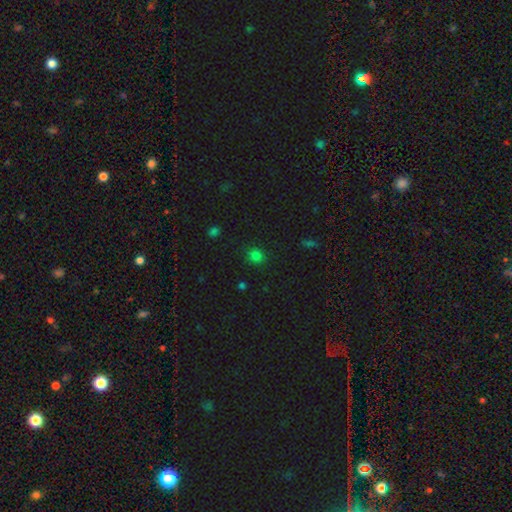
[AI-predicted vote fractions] Smooth or featured? smooth (77%)
How rounded? round (83%)
Merging? none (84%)